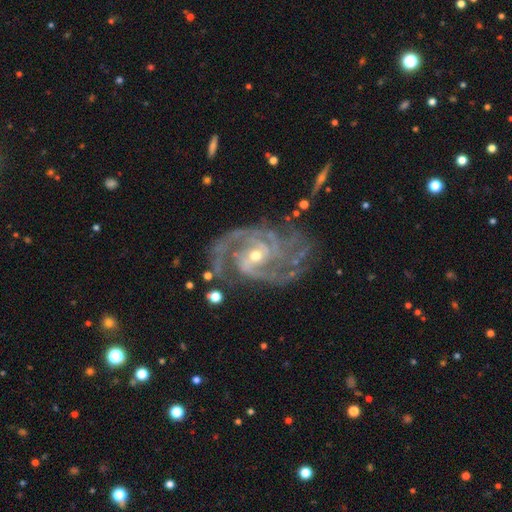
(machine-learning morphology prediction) A featured or disk galaxy (93%) with no bar (47%), 2 (40%) medium (48%) spiral arms (98%) and a small central bulge (49%). Merging: none (65%).